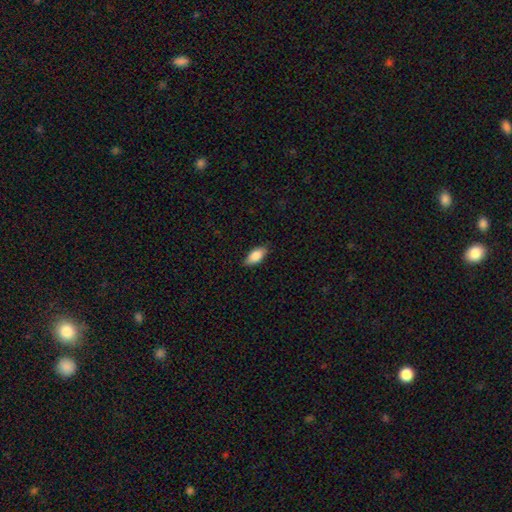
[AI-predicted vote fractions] Smooth or featured? Predicted: smooth (p=0.84). How rounded? Predicted: in between (p=0.88). Merging? Predicted: none (p=0.85).